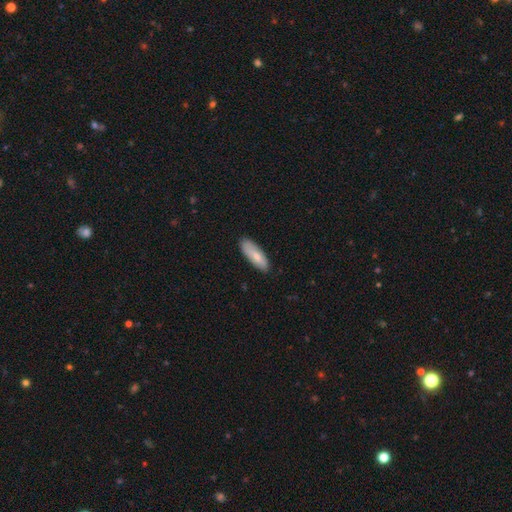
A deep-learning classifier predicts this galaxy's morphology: Smooth or featured? Predicted: smooth (p=0.71). How rounded? Predicted: in between (p=0.64). Merging? Predicted: none (p=0.80).